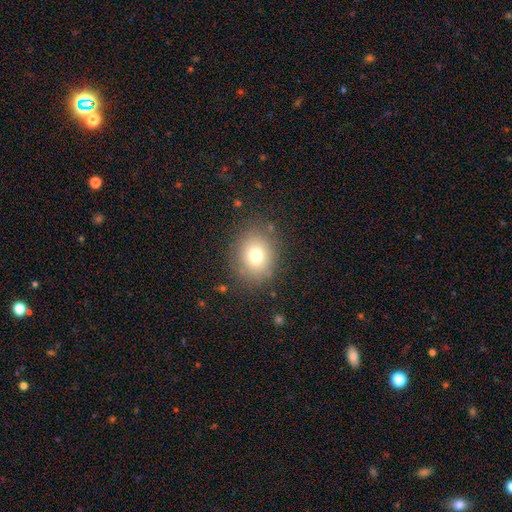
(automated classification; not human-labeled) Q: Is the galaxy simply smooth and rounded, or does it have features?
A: smooth — 74%.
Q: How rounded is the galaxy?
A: round — 66%.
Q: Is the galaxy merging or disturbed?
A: none — 82%.